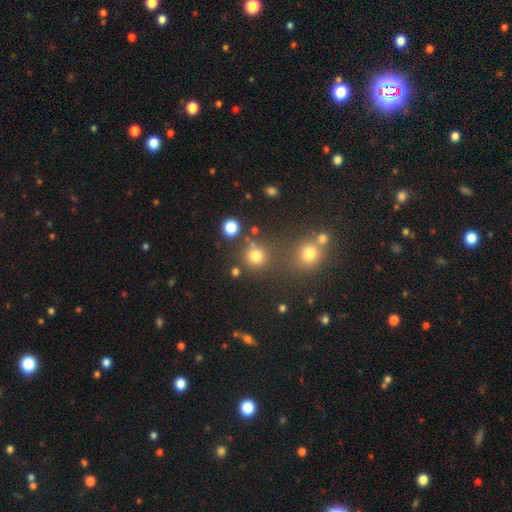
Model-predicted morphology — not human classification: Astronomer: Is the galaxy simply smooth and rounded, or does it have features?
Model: smooth — 76%.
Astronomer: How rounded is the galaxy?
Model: round — 91%.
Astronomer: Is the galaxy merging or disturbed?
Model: none — 74%.